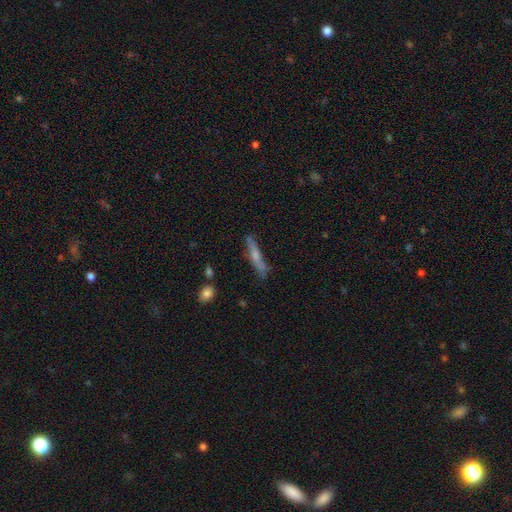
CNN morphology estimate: Smooth or featured?
  - featured or disk: 49% *
  - smooth: 43%
  - star or artifact: 8%
Merging?
  - none: 76% *
  - minor disturbance: 17%
  - major disturbance: 4%
  - merger: 3%